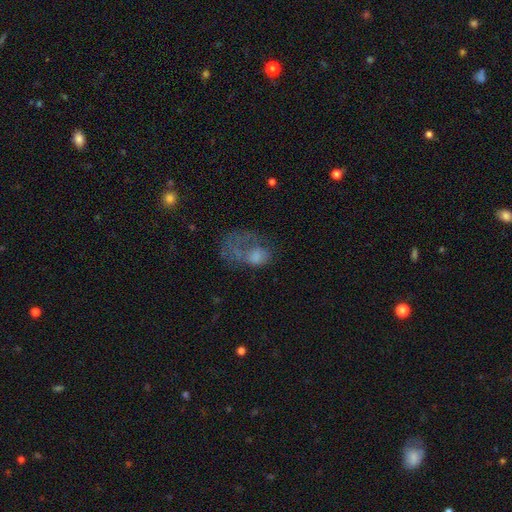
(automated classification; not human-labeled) smooth 45%, featured or disk 40%, star or artifact 16%. Down the decision tree: merging — major disturbance (59%).